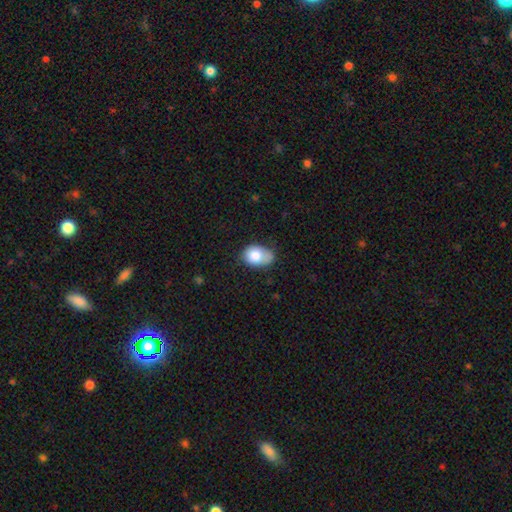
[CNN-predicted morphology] Smooth or featured? Predicted: smooth (p=0.80). How rounded? Predicted: in between (p=0.75). Merging? Predicted: none (p=0.45).